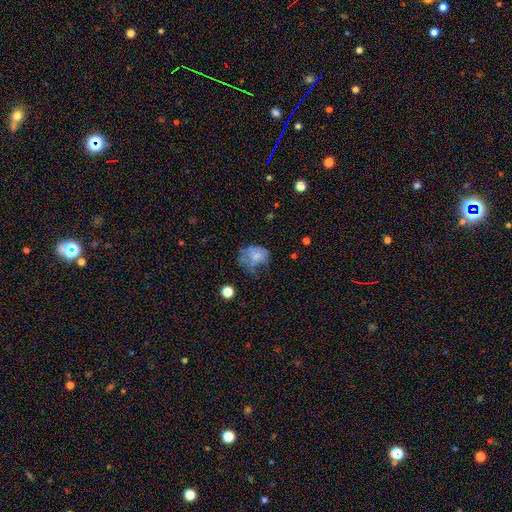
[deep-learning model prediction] Smooth or featured? smooth (60%)
How rounded? round (51%)
Merging? none (33%)